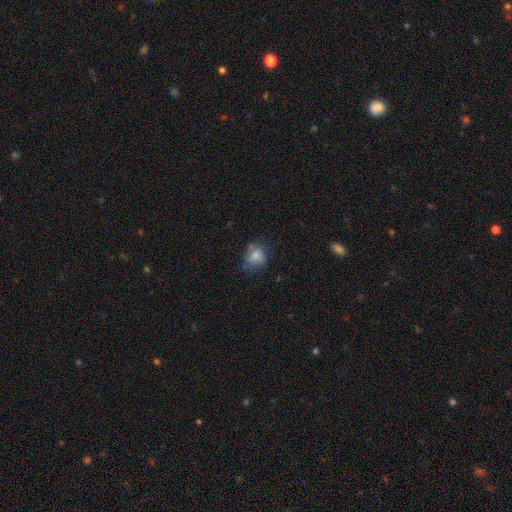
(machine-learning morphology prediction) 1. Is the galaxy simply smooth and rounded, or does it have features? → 72% smooth, 17% featured or disk, 11% star or artifact.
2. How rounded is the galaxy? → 60% round, 39% in between, 1% cigar-shaped.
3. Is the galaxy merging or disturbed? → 52% none, 28% minor disturbance, 15% major disturbance, 4% merger.